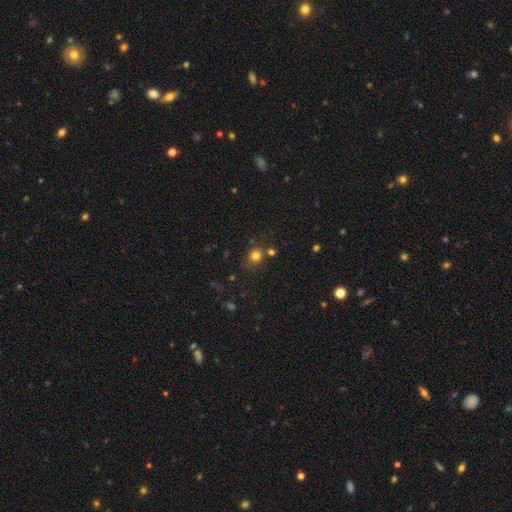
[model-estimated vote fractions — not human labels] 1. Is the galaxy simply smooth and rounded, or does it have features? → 77% smooth, 17% star or artifact, 6% featured or disk.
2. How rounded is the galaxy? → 85% round, 14% in between, 1% cigar-shaped.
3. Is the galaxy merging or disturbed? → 74% none, 11% minor disturbance, 10% merger, 4% major disturbance.